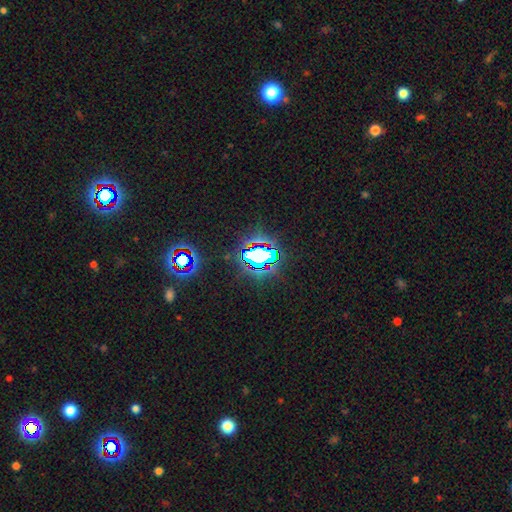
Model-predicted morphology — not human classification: Q: Smooth or featured?
A: star or artifact (81%); runner-up: smooth (12%)